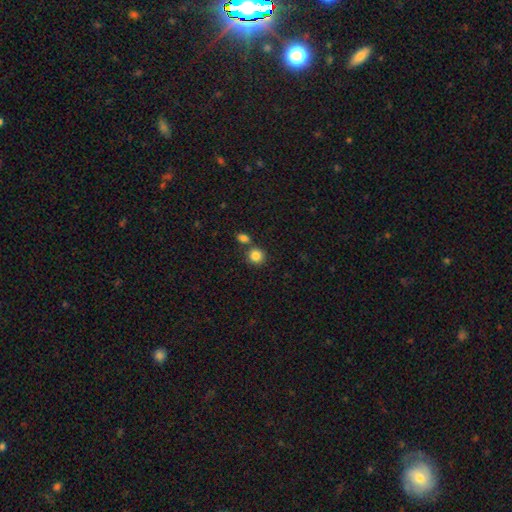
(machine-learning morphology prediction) The model was most divided on "merging": none: 69%, merger: 20%, minor disturbance: 8%, major disturbance: 3%. More confident: how rounded — round (89%); smooth or featured — smooth (85%).